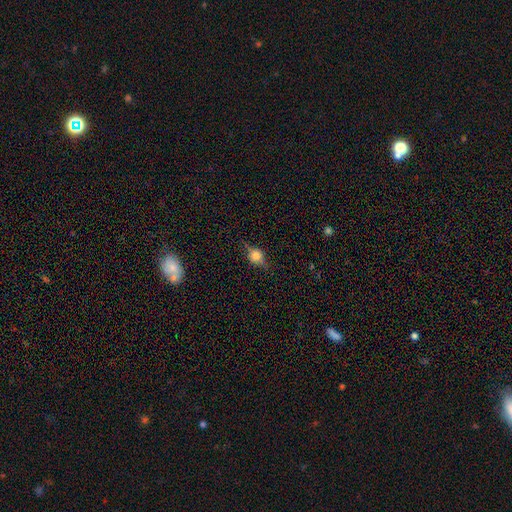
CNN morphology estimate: A featured or disk galaxy (46%).

Vote fractions:
- Smooth or featured? featured or disk: 46% / smooth: 41% / star or artifact: 13%
- Merging? none: 79% / minor disturbance: 16% / major disturbance: 5% / merger: 1%